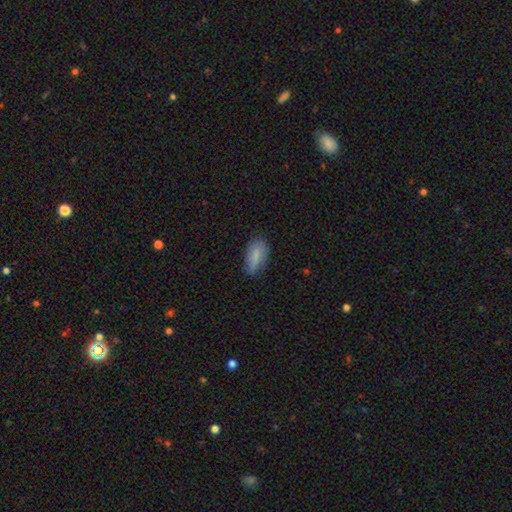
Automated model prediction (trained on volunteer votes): Morphology: type=smooth (82%); roundness=in between (88%); merging=none (67%).